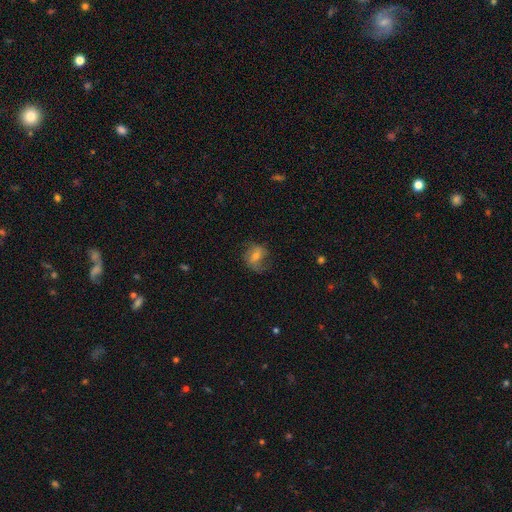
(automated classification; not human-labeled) Q: Smooth or featured?
A: smooth (46%); runner-up: featured or disk (45%)
Q: Merging?
A: none (58%); runner-up: minor disturbance (23%)